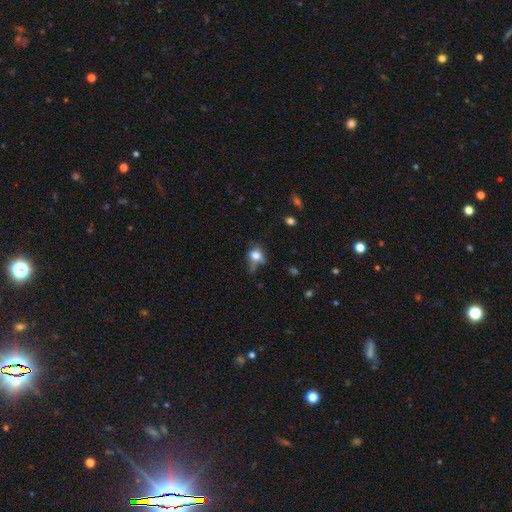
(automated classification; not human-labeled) smooth 69%, featured or disk 18%, star or artifact 13%. Down the decision tree: how rounded — in between (55%); merging — none (40%).